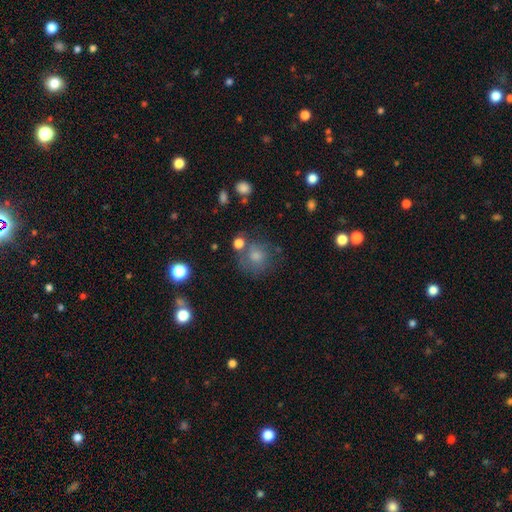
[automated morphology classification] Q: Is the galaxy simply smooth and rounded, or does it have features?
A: smooth — 72%.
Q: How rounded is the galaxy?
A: round — 85%.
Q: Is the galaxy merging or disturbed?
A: none — 60%.